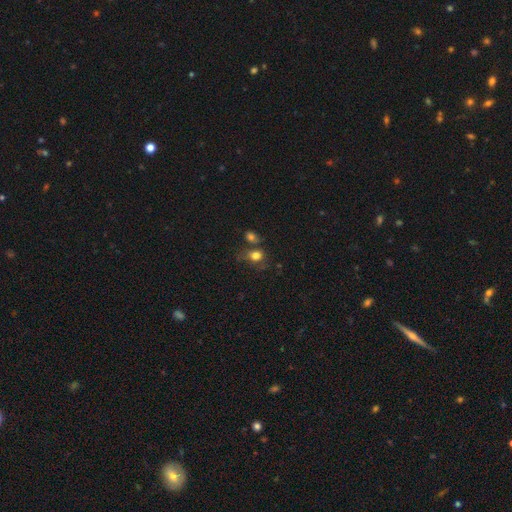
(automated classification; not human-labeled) Overall: smooth (77%). How rounded: in between (50%; round 49%). Merging: none (46%; merger 22%).